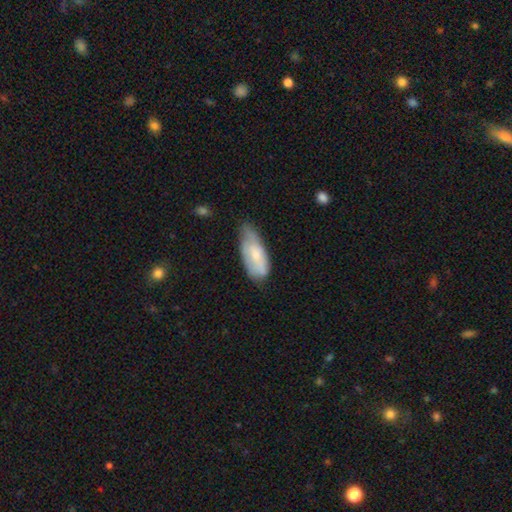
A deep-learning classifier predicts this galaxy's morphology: Q: Smooth or featured?
A: smooth (63%); runner-up: featured or disk (31%)
Q: How rounded?
A: in between (85%); runner-up: cigar-shaped (13%)
Q: Merging?
A: none (44%); runner-up: minor disturbance (43%)